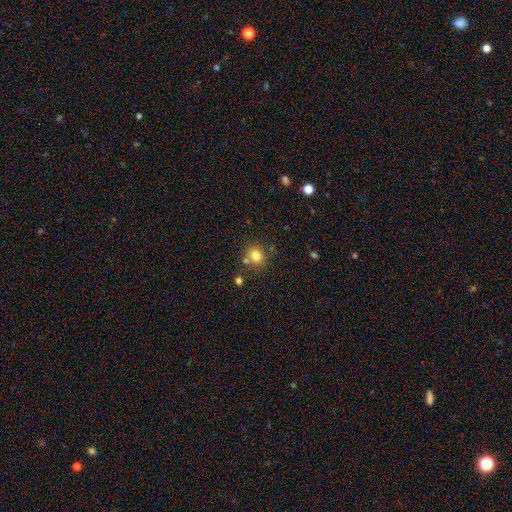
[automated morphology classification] smooth-or-featured: smooth: 78% | star or artifact: 13% | featured or disk: 9%
  how-rounded: round: 78% | in between: 21% | cigar-shaped: 1%
  merging: none: 69% | merger: 15% | minor disturbance: 12% | major disturbance: 4%